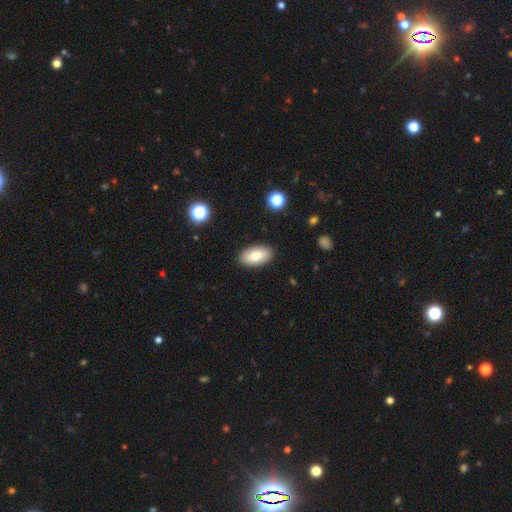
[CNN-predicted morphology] Smooth or featured?
  - smooth: 78% *
  - featured or disk: 14%
  - star or artifact: 7%
How rounded?
  - in between: 94% *
  - round: 3%
  - cigar-shaped: 2%
Merging?
  - none: 89% *
  - minor disturbance: 8%
  - major disturbance: 2%
  - merger: 1%